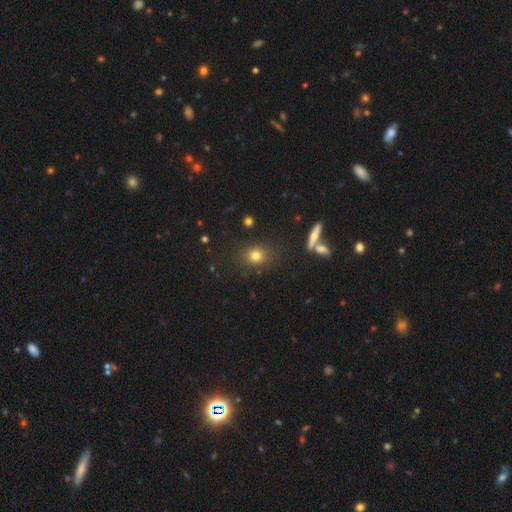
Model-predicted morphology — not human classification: Q: Smooth or featured?
A: smooth (76%); runner-up: star or artifact (15%)
Q: How rounded?
A: round (75%); runner-up: in between (23%)
Q: Merging?
A: none (84%); runner-up: minor disturbance (9%)